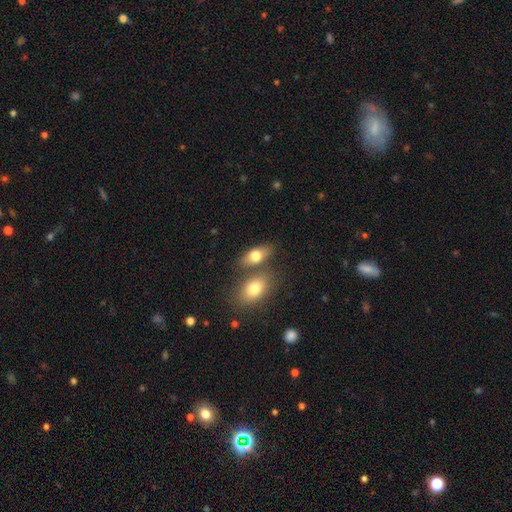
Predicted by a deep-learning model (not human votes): Smooth or featured: smooth — 74% (featured or disk — 18%)
How rounded: in between — 84% (round — 9%)
Merging: none — 58% (merger — 28%)